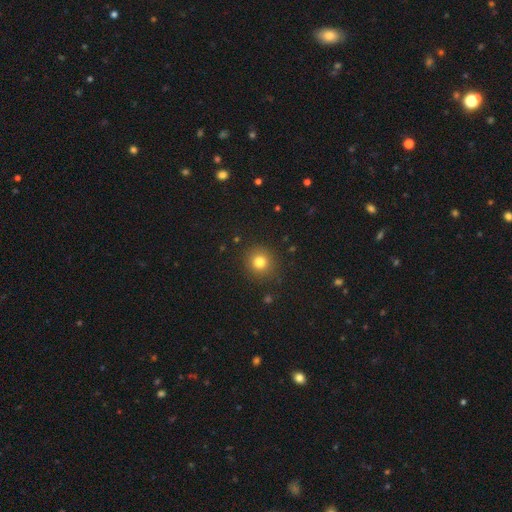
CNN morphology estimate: smooth 68%, star or artifact 27%, featured or disk 6%. Down the decision tree: how rounded — round (93%); merging — none (92%).